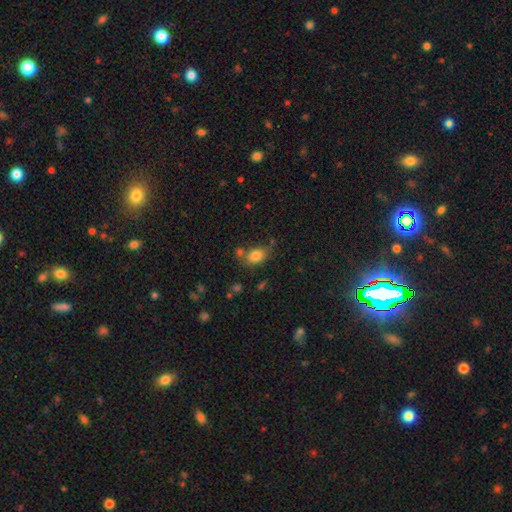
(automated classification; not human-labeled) Smooth or featured? smooth (81%)
How rounded? in between (78%)
Merging? none (63%)